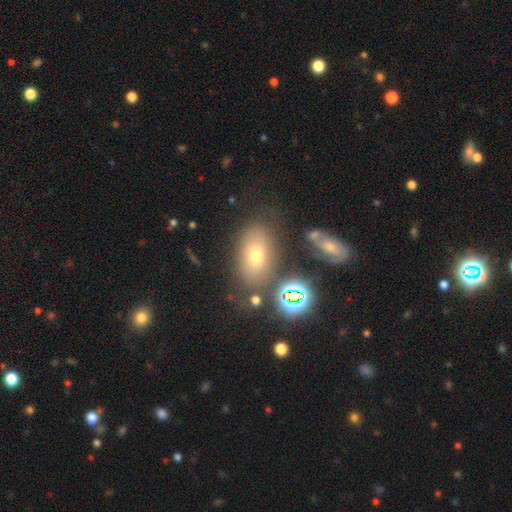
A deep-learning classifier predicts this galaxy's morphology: This appears to be a smooth galaxy with no disk features (62%) that is in between round and cigar-shaped (85%). Merging: none (71%).